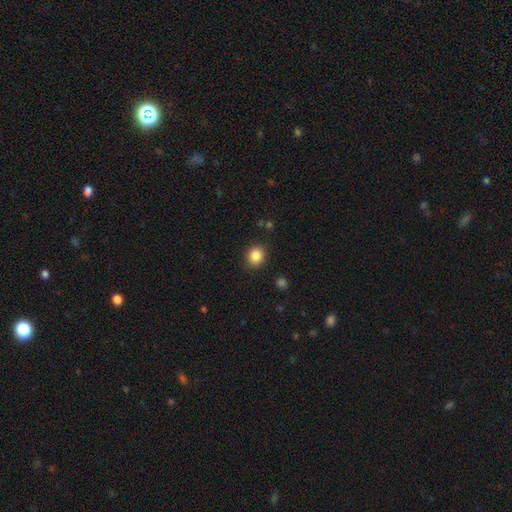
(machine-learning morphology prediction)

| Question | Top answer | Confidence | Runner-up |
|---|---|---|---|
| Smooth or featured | smooth | 85% | star or artifact (10%) |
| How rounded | round | 69% | in between (31%) |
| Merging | none | 87% | minor disturbance (9%) |